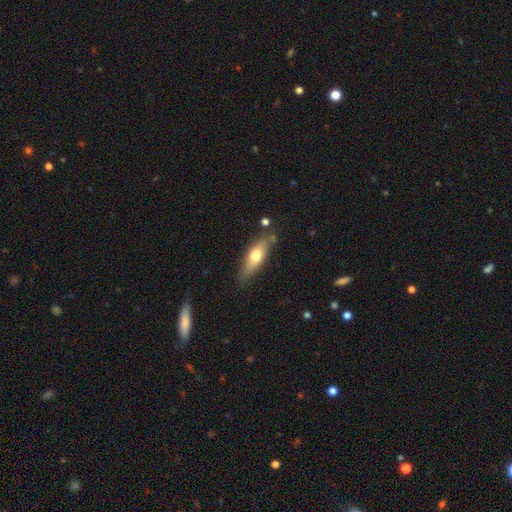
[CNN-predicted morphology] A smooth galaxy with no disk features (62%) that is in between round and cigar-shaped (51%).

Vote fractions:
- Smooth or featured? smooth: 62% / featured or disk: 32% / star or artifact: 6%
- How rounded? in between: 51% / cigar-shaped: 47% / round: 3%
- Merging? none: 74% / minor disturbance: 17% / merger: 5% / major disturbance: 4%